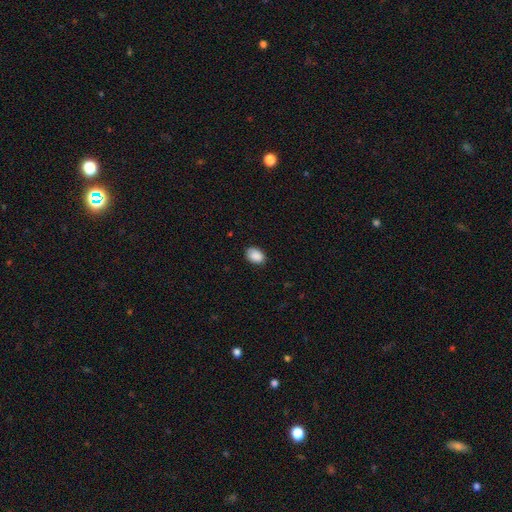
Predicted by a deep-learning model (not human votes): This is clearly a smooth galaxy (90%). How rounded: likely in between (78%). Merging: clearly none (85%).